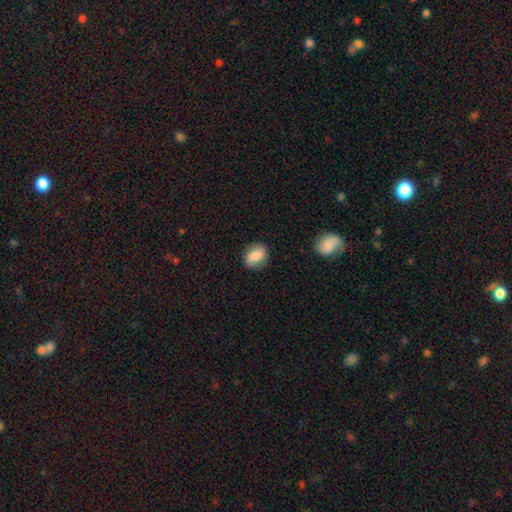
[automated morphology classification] This appears to be a smooth galaxy with no disk features (65%) that is in between round and cigar-shaped (55%). Merging: none (81%).